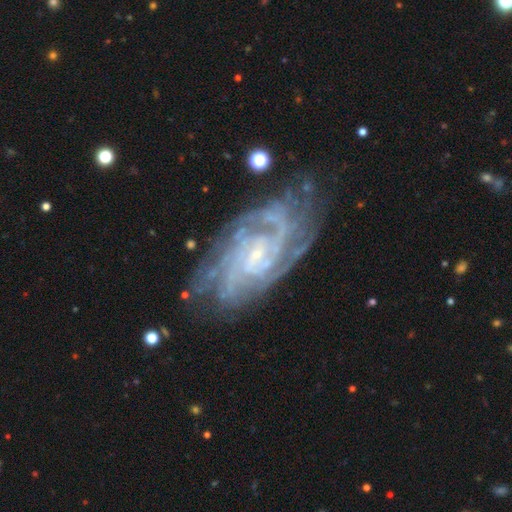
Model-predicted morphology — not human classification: Smooth or featured? Predicted: featured or disk (p=0.90). Edge-on disk? Predicted: no (p=0.96). Bar? Predicted: no (p=0.51). Spiral arms? Predicted: yes (p=0.98). Spiral winding? Predicted: tight (p=0.69). Spiral arm count? Predicted: can't tell (p=0.24). Bulge size? Predicted: small (p=0.81). Merging? Predicted: none (p=0.72).